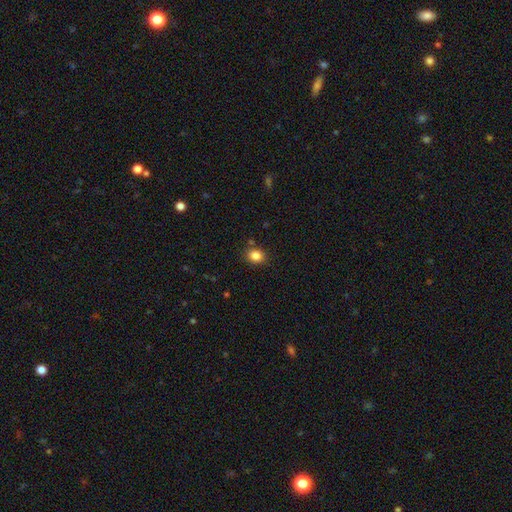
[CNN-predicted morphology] smooth-or-featured: smooth: 85% | star or artifact: 11% | featured or disk: 4%
  how-rounded: round: 61% | in between: 38% | cigar-shaped: 1%
  merging: none: 84% | minor disturbance: 10% | merger: 3% | major disturbance: 3%